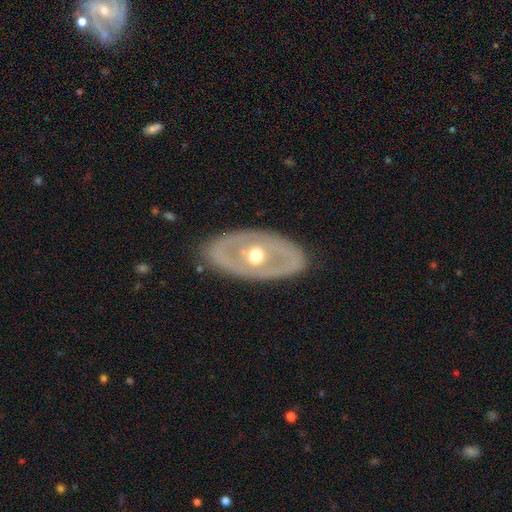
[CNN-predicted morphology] The model was most divided on "smooth or featured": featured or disk: 72%, smooth: 24%, star or artifact: 5%. More confident: edge-on disk — no (90%); merging — none (82%); spiral arms — no (80%); bar — no (79%); bulge size — moderate (75%).